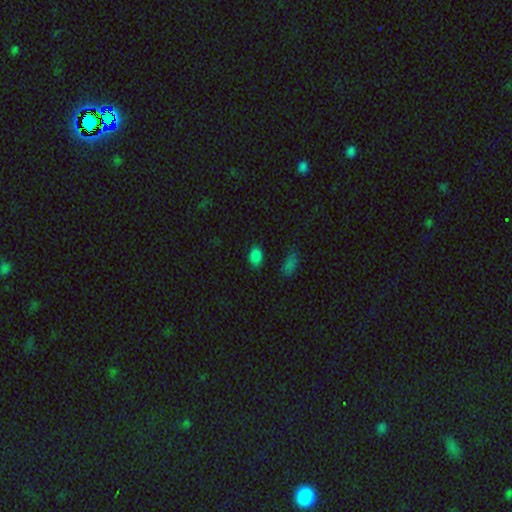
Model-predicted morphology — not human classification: Smooth or featured?
  - smooth: 82% *
  - star or artifact: 14%
  - featured or disk: 3%
How rounded?
  - in between: 80% *
  - round: 18%
  - cigar-shaped: 2%
Merging?
  - none: 79% *
  - minor disturbance: 15%
  - major disturbance: 3%
  - merger: 3%